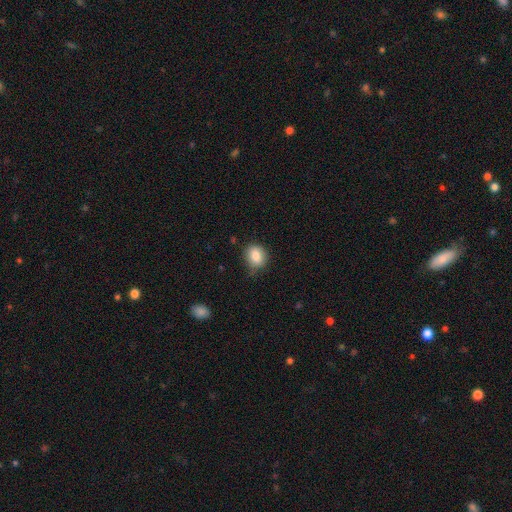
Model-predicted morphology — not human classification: smooth-or-featured: smooth: 85% | star or artifact: 9% | featured or disk: 7%
  how-rounded: round: 56% | in between: 43% | cigar-shaped: 1%
  merging: none: 69% | minor disturbance: 25% | major disturbance: 5% | merger: 2%